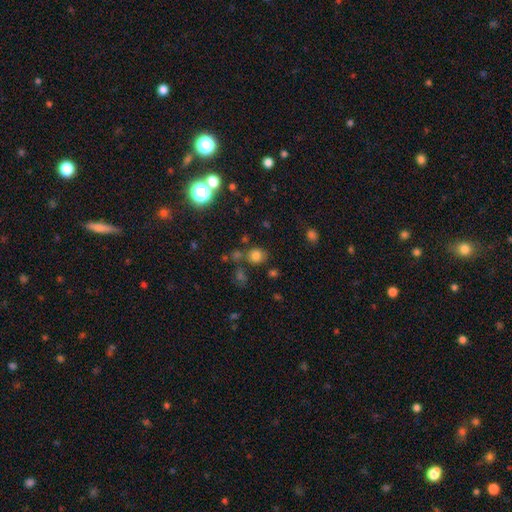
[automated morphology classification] This is likely a smooth galaxy (76%). How rounded: likely round (78%). Merging: likely none (72%).